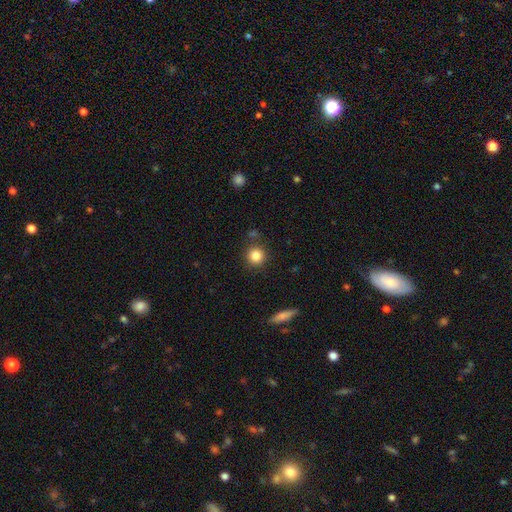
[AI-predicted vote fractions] smooth_or_featured: smooth (p=0.84) [alt: star or artifact p=0.10]
how_rounded: round (p=0.92) [alt: in between p=0.07]
merging: none (p=0.85) [alt: minor disturbance p=0.08]